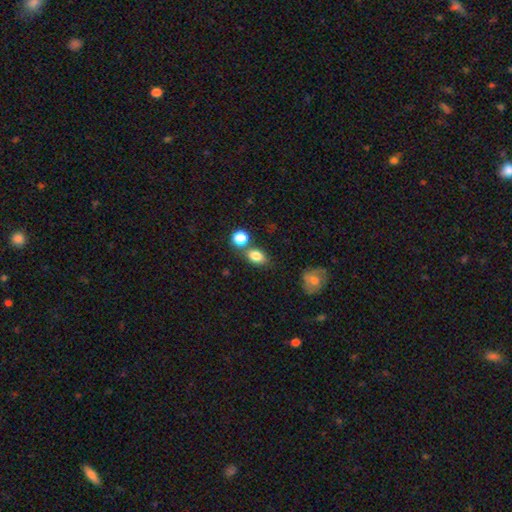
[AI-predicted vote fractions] Overall: smooth (82%). How rounded: in between (72%). Merging: none (62%).